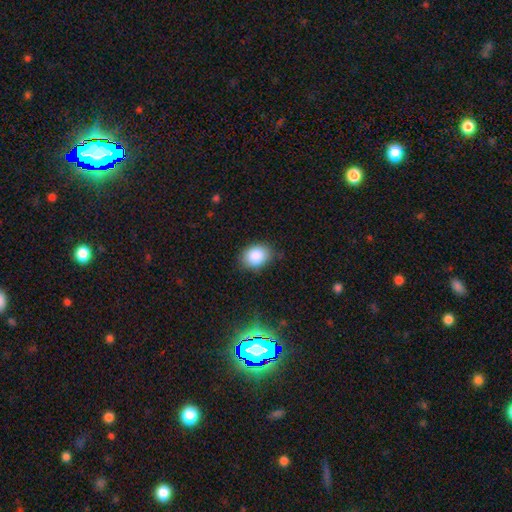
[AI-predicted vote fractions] Smooth or featured?
  - smooth: 86% *
  - star or artifact: 9%
  - featured or disk: 5%
How rounded?
  - in between: 58% *
  - round: 41%
  - cigar-shaped: 1%
Merging?
  - none: 81% *
  - minor disturbance: 15%
  - major disturbance: 3%
  - merger: 1%